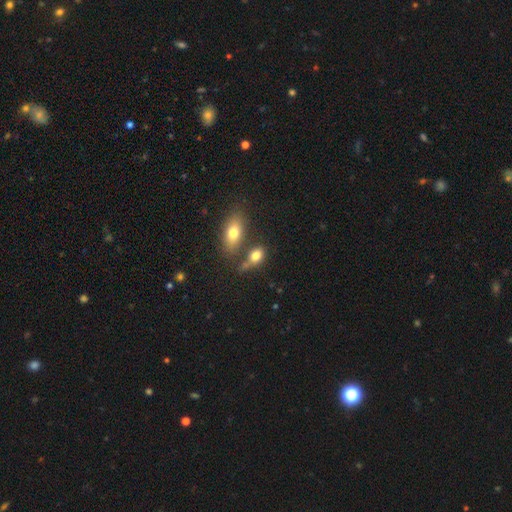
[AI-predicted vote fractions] Smooth or featured? smooth (78%)
How rounded? in between (77%)
Merging? none (48%)